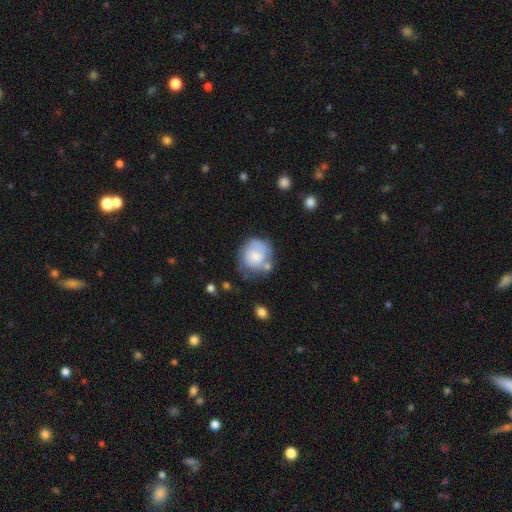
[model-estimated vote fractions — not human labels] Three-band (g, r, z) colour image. It shows a smooth galaxy with no disk features (66%) that is round (75%). Merging: none (44%).